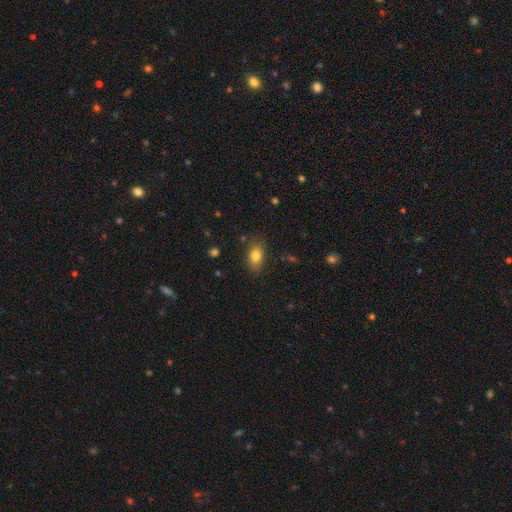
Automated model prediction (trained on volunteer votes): Smooth or featured? Predicted: smooth (p=0.81). How rounded? Predicted: in between (p=0.83). Merging? Predicted: none (p=0.81).